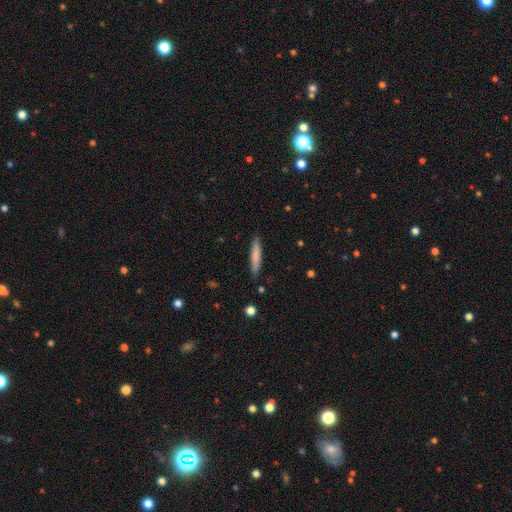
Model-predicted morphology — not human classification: Smooth or featured: smooth — 77% (featured or disk — 17%)
How rounded: cigar-shaped — 92% (in between — 7%)
Merging: none — 88% (minor disturbance — 9%)